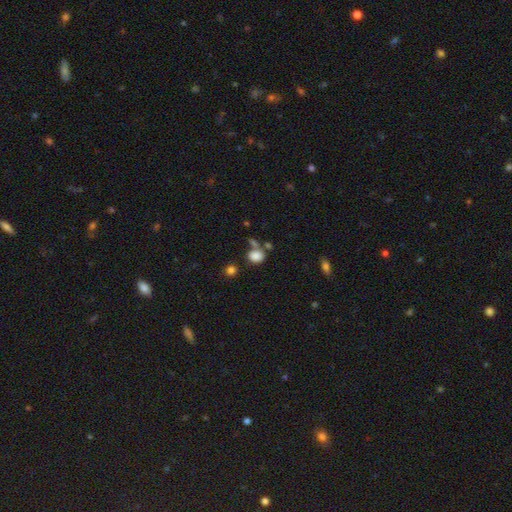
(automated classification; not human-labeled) This is clearly a smooth galaxy (83%). How rounded: possibly in between (51%). Merging: possibly none (54%).